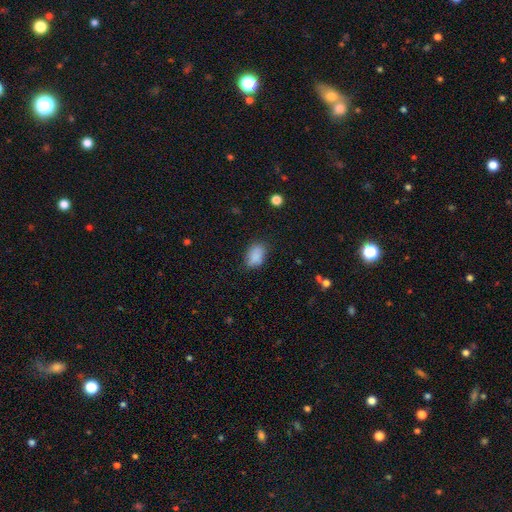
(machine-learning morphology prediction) Smooth or featured?
  - smooth: 86% *
  - star or artifact: 8%
  - featured or disk: 5%
How rounded?
  - in between: 86% *
  - round: 13%
  - cigar-shaped: 2%
Merging?
  - none: 75% *
  - minor disturbance: 19%
  - major disturbance: 5%
  - merger: 1%